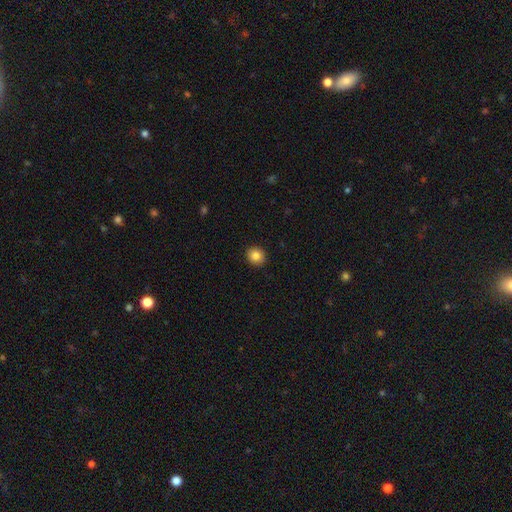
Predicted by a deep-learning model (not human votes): smooth_or_featured: smooth (p=0.84) [alt: star or artifact p=0.10]
how_rounded: round (p=0.82) [alt: in between p=0.17]
merging: none (p=0.92) [alt: minor disturbance p=0.05]